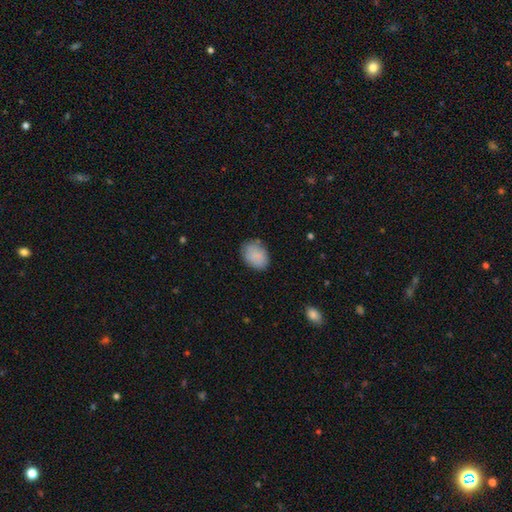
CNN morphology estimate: Overall: smooth (87%). How rounded: in between (75%). Merging: none (79%).